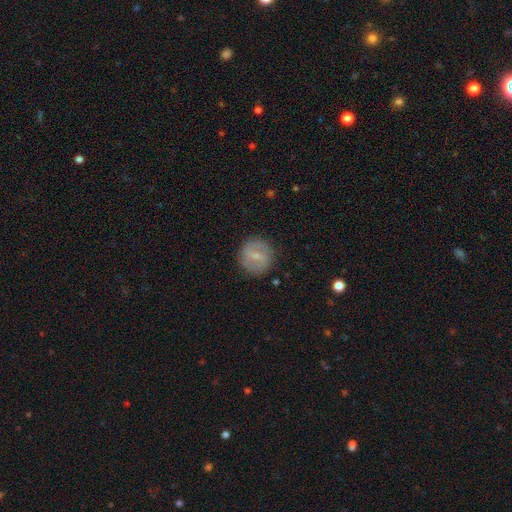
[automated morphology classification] type=featured or disk (49%); merging=none (85%).